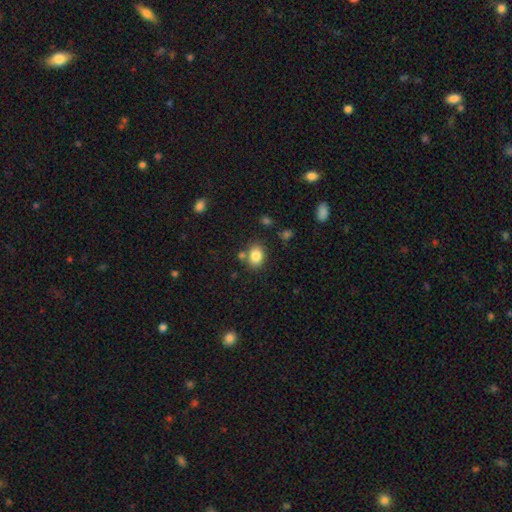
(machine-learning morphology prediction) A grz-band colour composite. It shows a smooth galaxy with no disk features (84%) that is in between round and cigar-shaped (59%). Merging: none (72%).